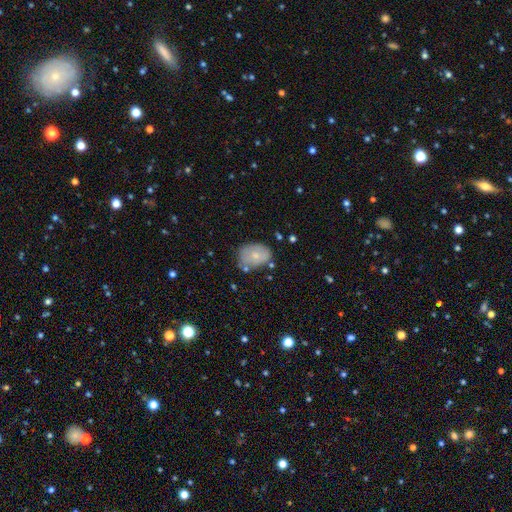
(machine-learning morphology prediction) Smooth or featured: smooth — 68% (featured or disk — 24%)
How rounded: in between — 75% (round — 24%)
Merging: none — 65% (minor disturbance — 24%)